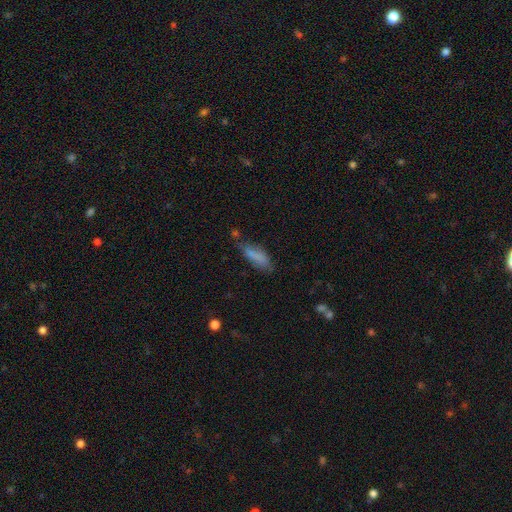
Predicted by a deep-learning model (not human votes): This appears to be a smooth galaxy with no disk features (76%) that is in between round and cigar-shaped (55%). Merging: none (52%).